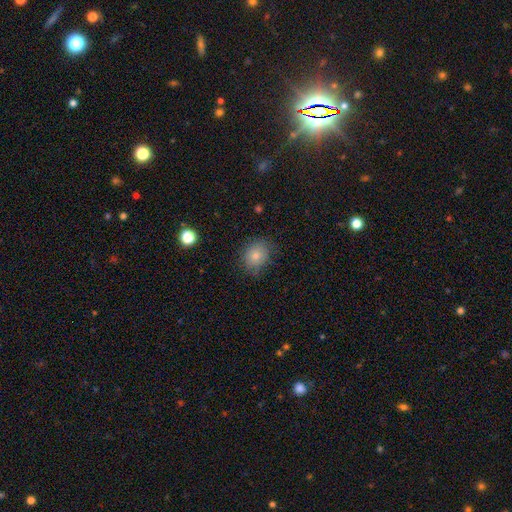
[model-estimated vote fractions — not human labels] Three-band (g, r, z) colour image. It shows a smooth galaxy with no disk features (80%) that is round (59%). Merging: none (74%).